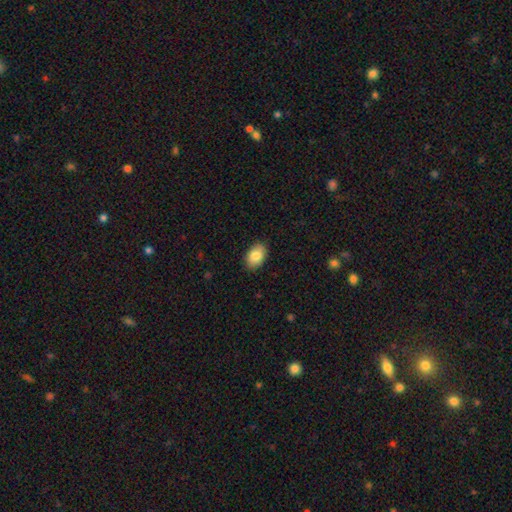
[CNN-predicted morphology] Smooth or featured? Predicted: smooth (p=0.85). How rounded? Predicted: in between (p=0.87). Merging? Predicted: none (p=0.88).